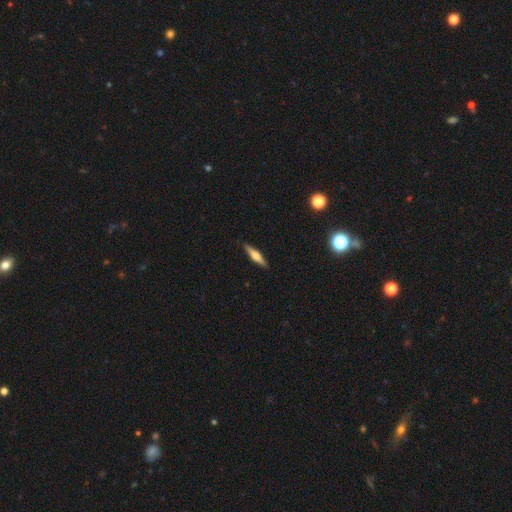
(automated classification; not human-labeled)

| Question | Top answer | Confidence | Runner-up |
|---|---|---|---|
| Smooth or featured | featured or disk | 63% | smooth (31%) |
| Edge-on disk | yes | 97% | no (3%) |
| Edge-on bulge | rounded | 89% | boxy (8%) |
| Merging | none | 91% | minor disturbance (6%) |